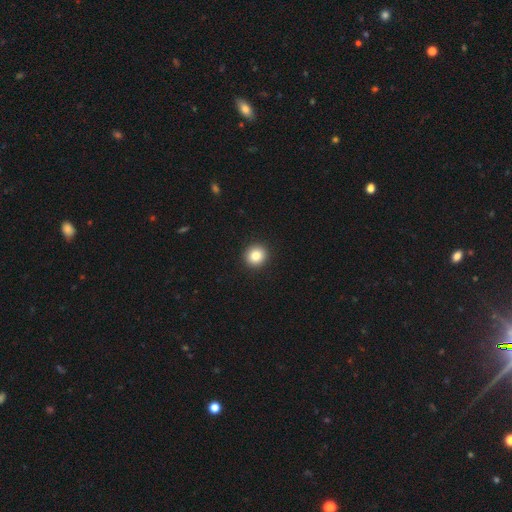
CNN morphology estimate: Smooth or featured: smooth — 84% (star or artifact — 10%)
How rounded: round — 92% (in between — 7%)
Merging: none — 93% (minor disturbance — 4%)